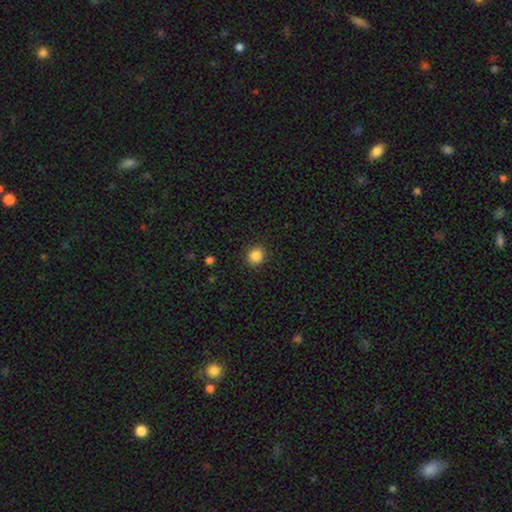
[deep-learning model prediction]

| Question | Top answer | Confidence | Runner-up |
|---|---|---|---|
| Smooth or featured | smooth | 86% | star or artifact (10%) |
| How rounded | round | 87% | in between (12%) |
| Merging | none | 90% | minor disturbance (7%) |